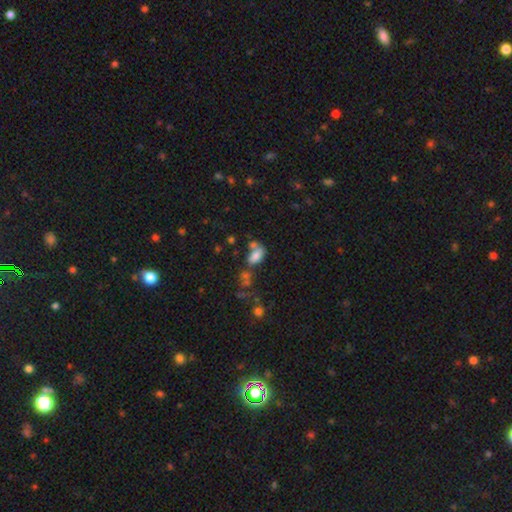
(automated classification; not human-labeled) smooth-or-featured: smooth: 76% | star or artifact: 12% | featured or disk: 12%
  how-rounded: in between: 89% | round: 8% | cigar-shaped: 3%
  merging: none: 38% | merger: 35% | minor disturbance: 17% | major disturbance: 10%